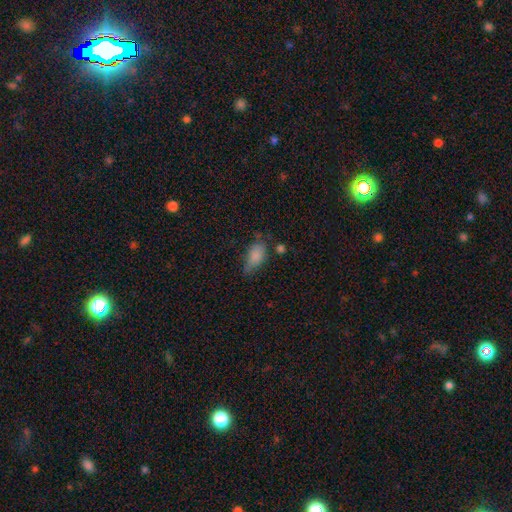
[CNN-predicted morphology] Smooth or featured: smooth — 79% (featured or disk — 12%)
How rounded: in between — 89% (cigar-shaped — 6%)
Merging: none — 43% (minor disturbance — 36%)